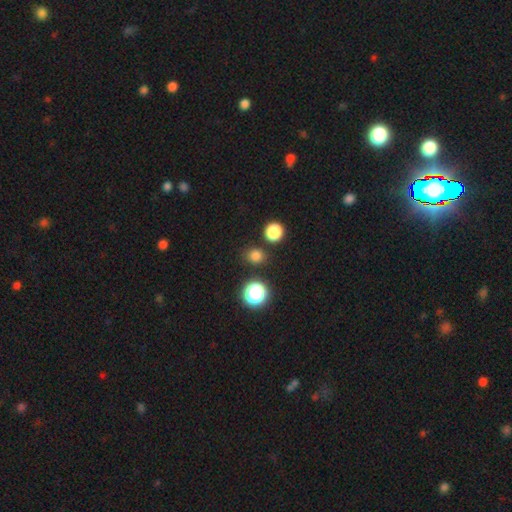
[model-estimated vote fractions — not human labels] A smooth galaxy with no disk features (76%) that is round (79%). Merging: none (83%).